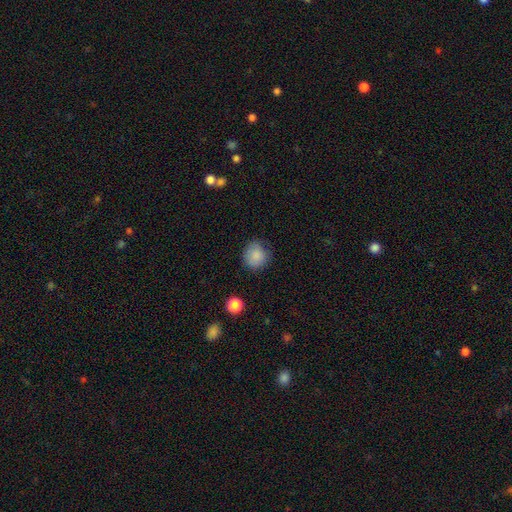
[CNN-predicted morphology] A smooth galaxy with no disk features (86%) that is round (86%). Merging: none (76%).